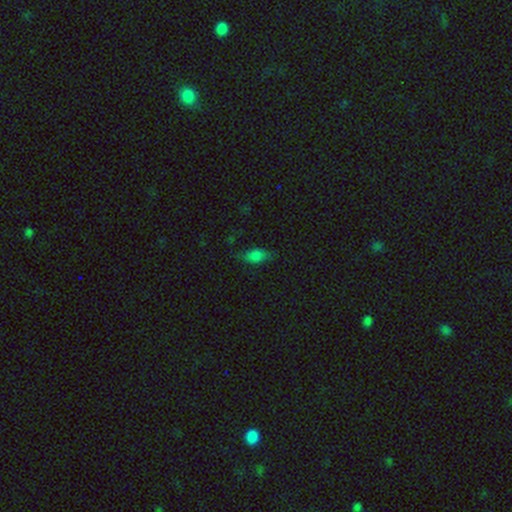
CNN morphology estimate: smooth_or_featured: smooth (p=0.78) [alt: star or artifact p=0.13]
how_rounded: in between (p=0.89) [alt: cigar-shaped p=0.06]
merging: none (p=0.65) [alt: minor disturbance p=0.26]